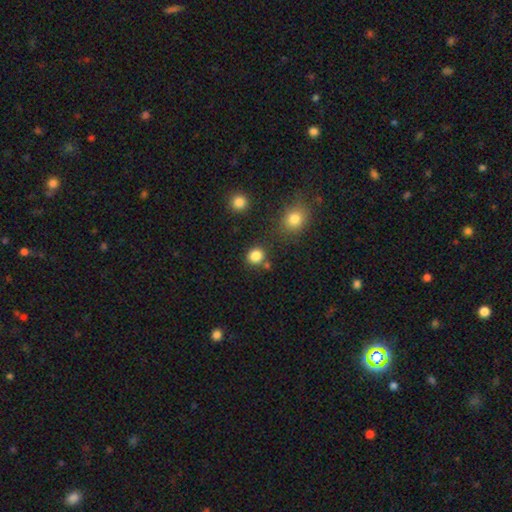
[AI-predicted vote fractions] This appears to be a smooth galaxy with no disk features (84%) that is round (86%). Merging: none (82%).